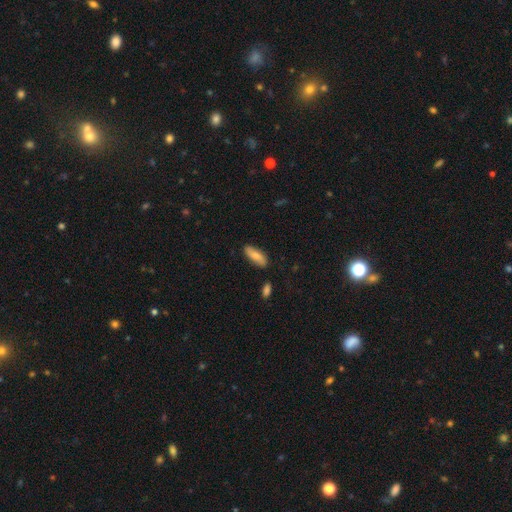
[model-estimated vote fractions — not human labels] A smooth galaxy with no disk features (77%) that is in between round and cigar-shaped (64%). Merging: none (83%).